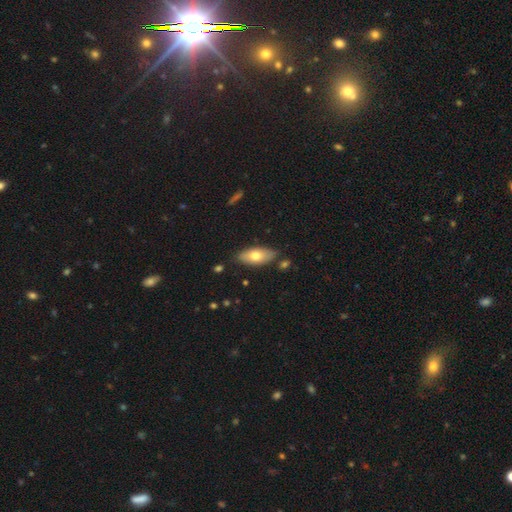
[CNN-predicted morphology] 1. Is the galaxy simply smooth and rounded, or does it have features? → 68% smooth, 25% featured or disk, 6% star or artifact.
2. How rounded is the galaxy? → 88% in between, 10% cigar-shaped, 3% round.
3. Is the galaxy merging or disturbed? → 80% none, 14% minor disturbance, 4% merger, 2% major disturbance.